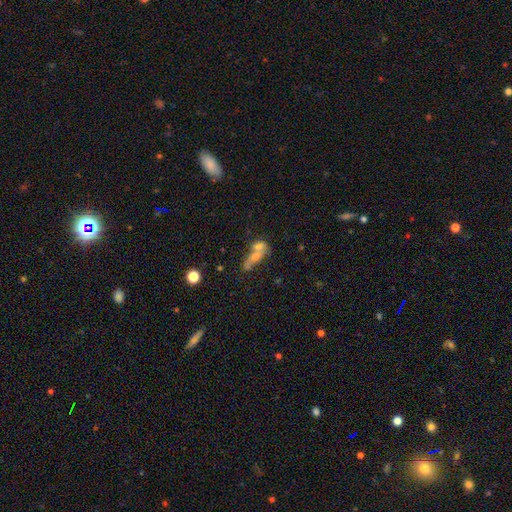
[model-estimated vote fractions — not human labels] Smooth or featured: smooth — 55% (featured or disk — 32%)
How rounded: in between — 60% (cigar-shaped — 23%)
Merging: merger — 62% (none — 20%)